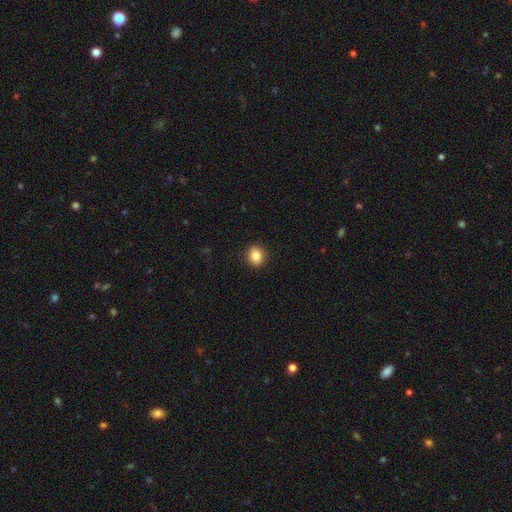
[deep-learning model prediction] smooth_or_featured: smooth (p=0.86) [alt: star or artifact p=0.10]
how_rounded: round (p=0.67) [alt: in between p=0.32]
merging: none (p=0.91) [alt: minor disturbance p=0.06]